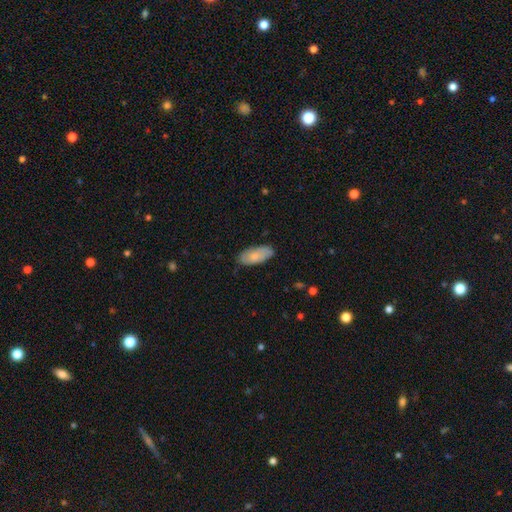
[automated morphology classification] This appears to be a smooth galaxy with no disk features (75%) that is in between round and cigar-shaped (90%). Merging: none (82%).